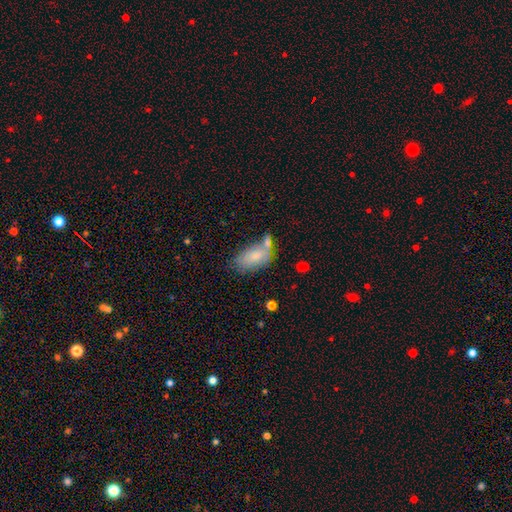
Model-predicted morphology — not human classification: type=smooth (73%); roundness=in between (93%); merging=none (49%).